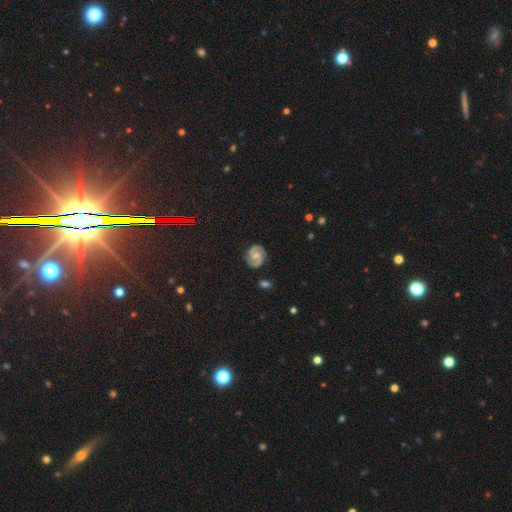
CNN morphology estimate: A featured or disk galaxy (84%) with no bar (47%), 2 (93%) medium (47%) spiral arms (97%) and a small central bulge (41%).

Vote fractions:
- Smooth or featured? featured or disk: 84% / smooth: 9% / star or artifact: 7%
- Edge-on disk? no: 98% / yes: 2%
- Bar? no: 47% / weak: 43% / strong: 10%
- Spiral arms? yes: 97% / no: 3%
- Spiral winding? medium: 47% / tight: 45% / loose: 9%
- Spiral arm count? 2: 93% / can't tell: 3% / 3: 2% / 1: 1% / 4: 1% / more than 4: 1%
- Bulge size? small: 41% / moderate: 39% / none: 15% / large: 3% / dominant: 1%
- Merging? none: 84% / minor disturbance: 11% / major disturbance: 3% / merger: 2%